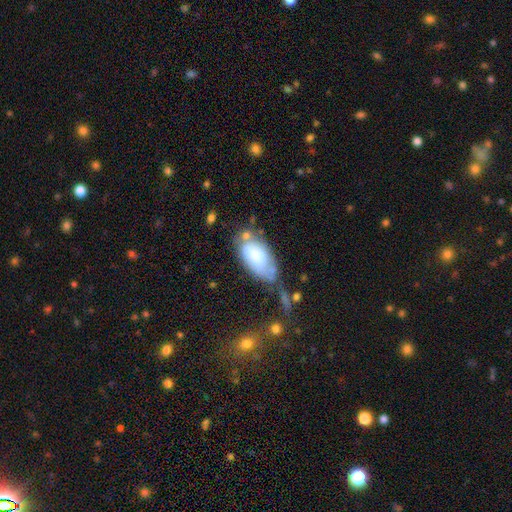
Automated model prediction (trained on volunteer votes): Overall: smooth (61%; featured or disk 31%). How rounded: in between (92%). Merging: none (40%; minor disturbance 29%).